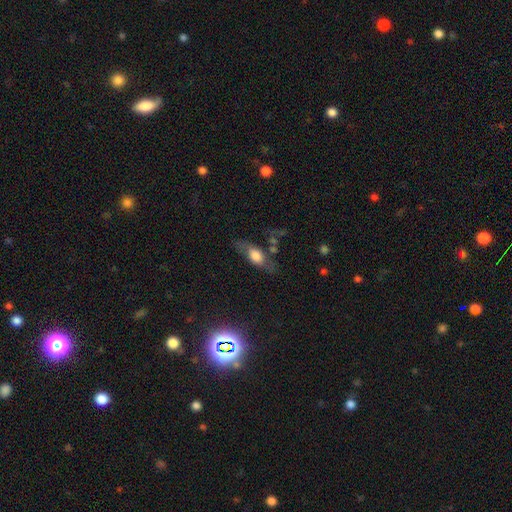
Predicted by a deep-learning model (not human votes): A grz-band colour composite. It shows a smooth galaxy with no disk features (54%) that is in between round and cigar-shaped (70%). Merging: none (63%).